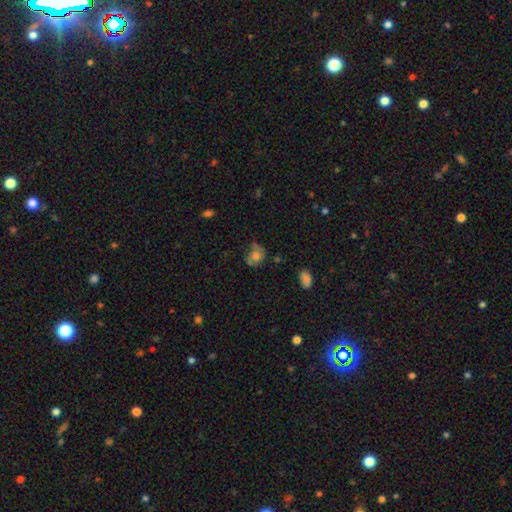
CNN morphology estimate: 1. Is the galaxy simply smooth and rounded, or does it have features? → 54% smooth, 35% featured or disk, 11% star or artifact.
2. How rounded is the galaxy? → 50% round, 48% in between, 1% cigar-shaped.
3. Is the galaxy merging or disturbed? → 51% none, 29% minor disturbance, 15% major disturbance, 5% merger.